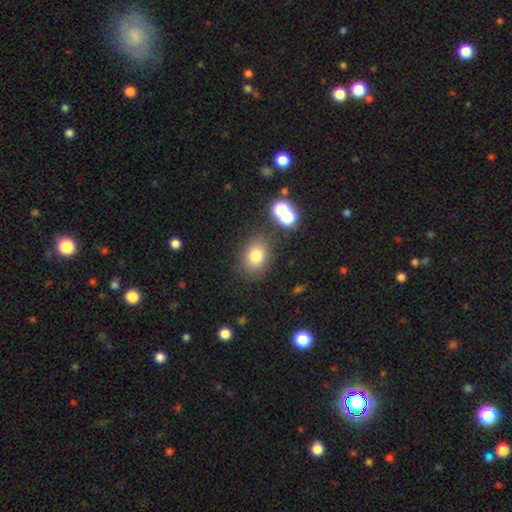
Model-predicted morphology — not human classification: Smooth or featured? Predicted: smooth (p=0.77). How rounded? Predicted: in between (p=0.55). Merging? Predicted: none (p=0.78).